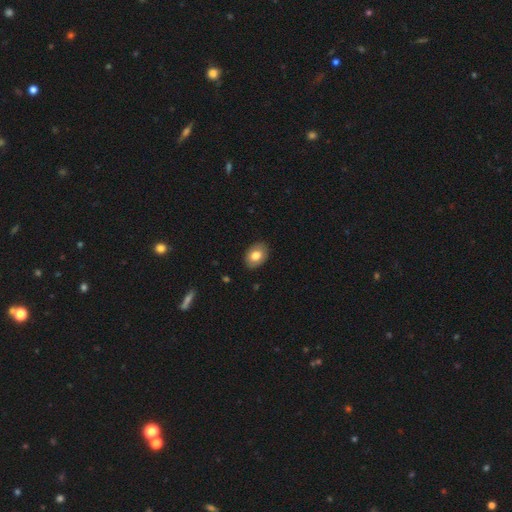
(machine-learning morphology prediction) smooth-or-featured: smooth: 76% | featured or disk: 17% | star or artifact: 7%
  how-rounded: in between: 77% | round: 22% | cigar-shaped: 1%
  merging: none: 87% | minor disturbance: 10% | major disturbance: 2% | merger: 1%